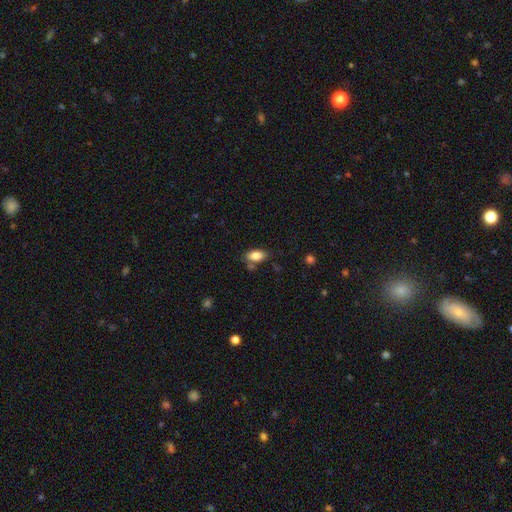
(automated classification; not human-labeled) smooth-or-featured: smooth: 85% | star or artifact: 8% | featured or disk: 7%
  how-rounded: in between: 91% | round: 5% | cigar-shaped: 4%
  merging: none: 69% | minor disturbance: 18% | merger: 9% | major disturbance: 5%